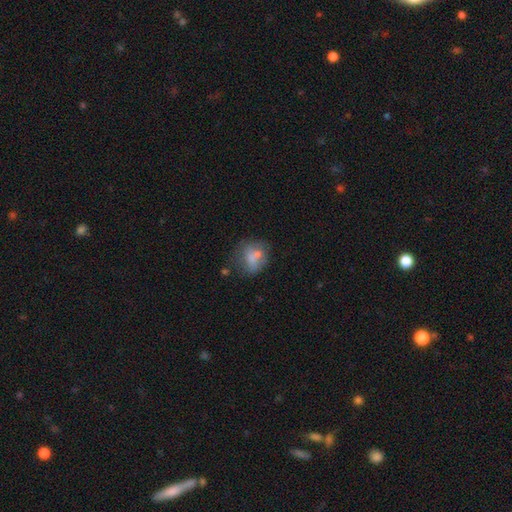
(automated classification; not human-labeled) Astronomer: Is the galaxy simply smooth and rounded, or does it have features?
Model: smooth — 59%.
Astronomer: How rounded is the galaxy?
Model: round — 60% (runner-up: in between, 38%).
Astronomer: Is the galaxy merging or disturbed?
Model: none — 42% (runner-up: merger, 25%).